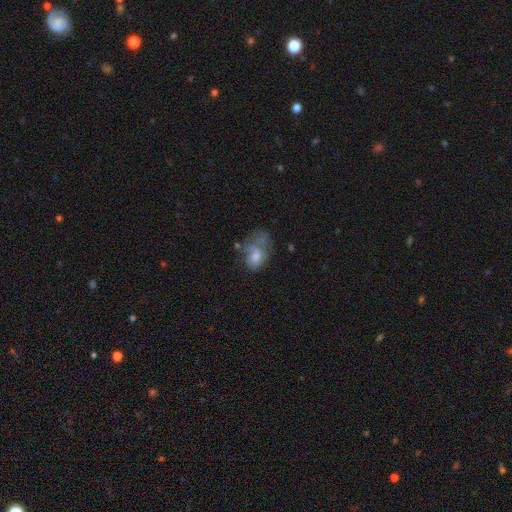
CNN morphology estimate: Smooth or featured?
  - smooth: 51% *
  - featured or disk: 37%
  - star or artifact: 13%
How rounded?
  - in between: 78% *
  - round: 20%
  - cigar-shaped: 2%
Merging?
  - major disturbance: 38% *
  - none: 27%
  - minor disturbance: 24%
  - merger: 10%